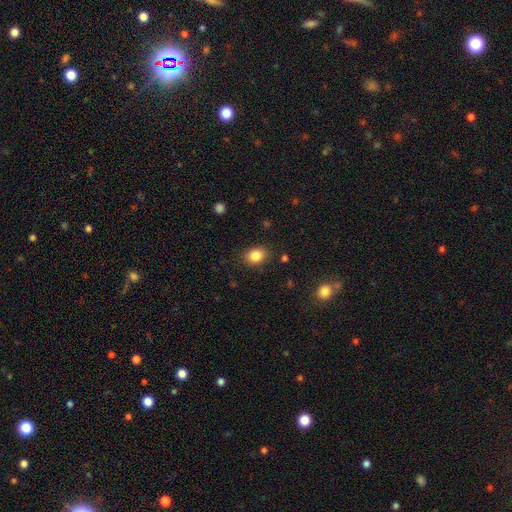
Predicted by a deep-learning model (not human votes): Smooth or featured? Predicted: smooth (p=0.85). How rounded? Predicted: in between (p=0.62). Merging? Predicted: none (p=0.85).